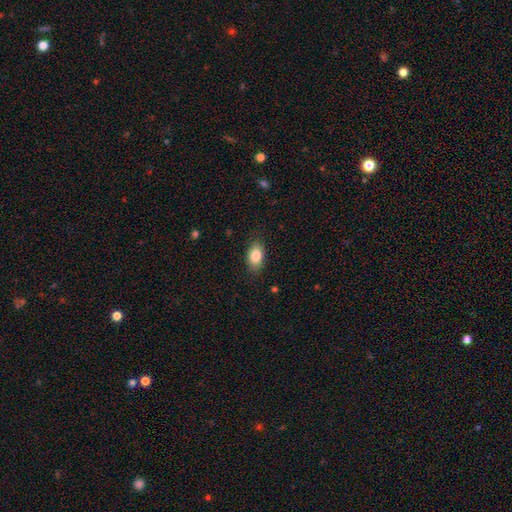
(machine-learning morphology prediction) Smooth or featured?
  - smooth: 85% *
  - star or artifact: 7%
  - featured or disk: 7%
How rounded?
  - in between: 89% *
  - round: 8%
  - cigar-shaped: 2%
Merging?
  - none: 84% *
  - minor disturbance: 12%
  - major disturbance: 3%
  - merger: 1%